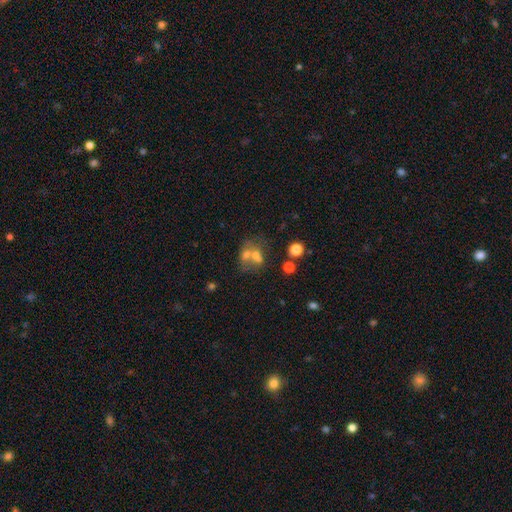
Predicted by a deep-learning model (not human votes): This appears to be a smooth galaxy with no disk features (56%) that is round (50%). Merging: merger (60%).